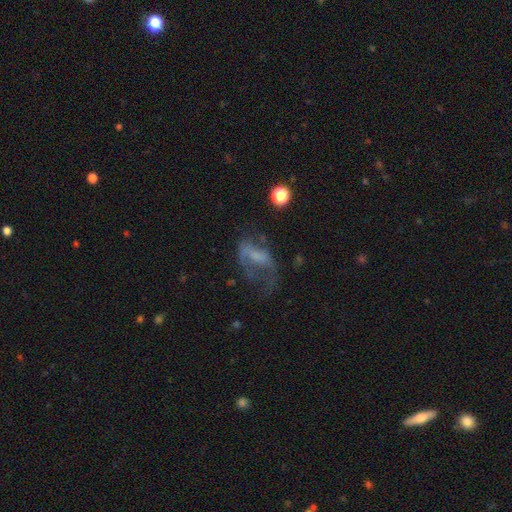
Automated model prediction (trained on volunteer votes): This appears to be a featured or disk galaxy (52%). Merging: major disturbance (51%).